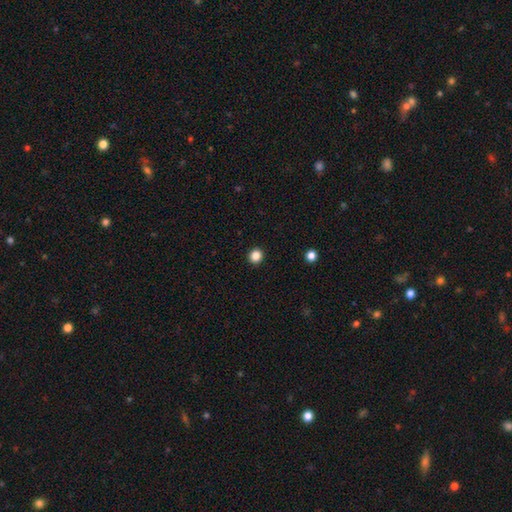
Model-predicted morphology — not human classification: smooth-or-featured: smooth: 86% | star or artifact: 11% | featured or disk: 3%
  how-rounded: round: 89% | in between: 10% | cigar-shaped: 1%
  merging: none: 93% | minor disturbance: 4% | major disturbance: 2% | merger: 1%